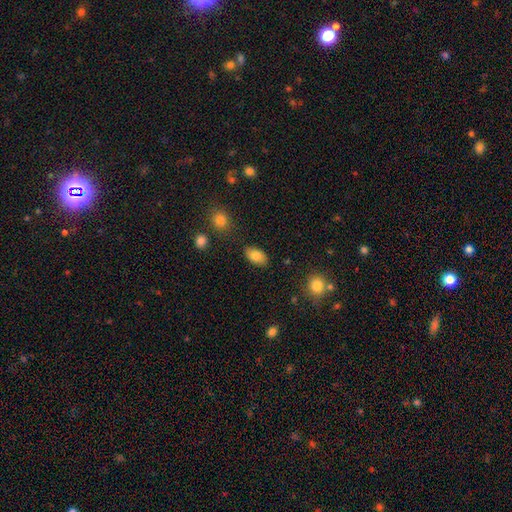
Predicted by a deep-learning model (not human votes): Smooth or featured?
  - smooth: 82% *
  - featured or disk: 10%
  - star or artifact: 8%
How rounded?
  - in between: 91% *
  - round: 7%
  - cigar-shaped: 2%
Merging?
  - none: 83% *
  - minor disturbance: 12%
  - major disturbance: 3%
  - merger: 3%